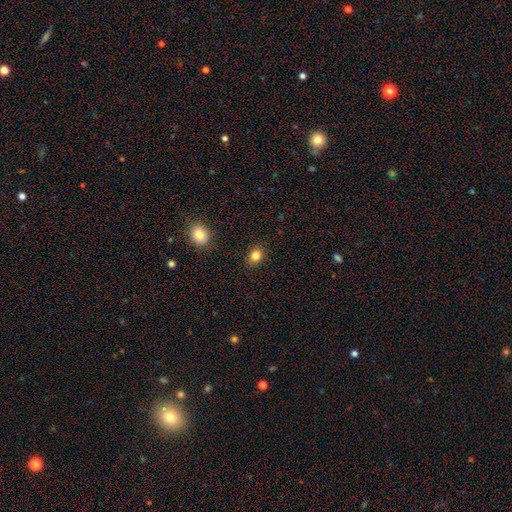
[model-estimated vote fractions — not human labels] A smooth galaxy with no disk features (83%) that is round (52%).

Vote fractions:
- Smooth or featured? smooth: 83% / star or artifact: 11% / featured or disk: 5%
- How rounded? round: 52% / in between: 47% / cigar-shaped: 1%
- Merging? none: 88% / minor disturbance: 8% / major disturbance: 2% / merger: 1%